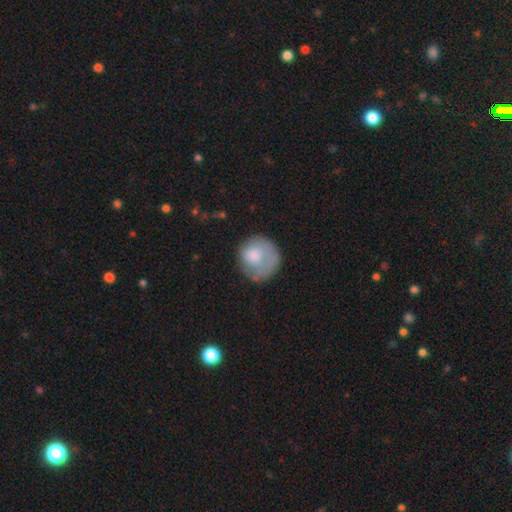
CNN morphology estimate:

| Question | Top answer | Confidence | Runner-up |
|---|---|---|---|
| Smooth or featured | smooth | 71% | featured or disk (22%) |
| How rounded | round | 85% | in between (14%) |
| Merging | none | 53% | minor disturbance (25%) |